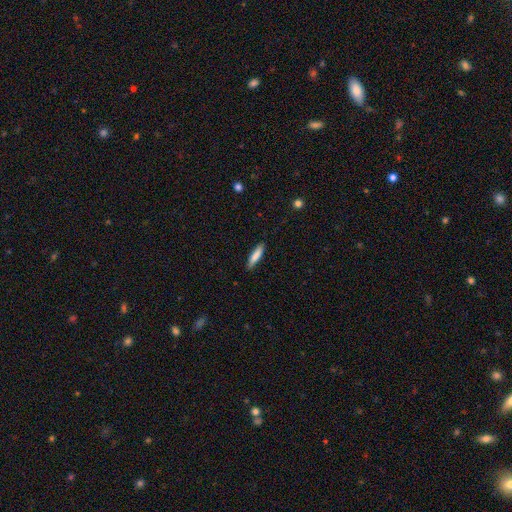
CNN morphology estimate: smooth_or_featured: smooth (p=0.82) [alt: featured or disk p=0.12]
how_rounded: cigar-shaped (p=0.80) [alt: in between p=0.18]
merging: none (p=0.86) [alt: minor disturbance p=0.11]